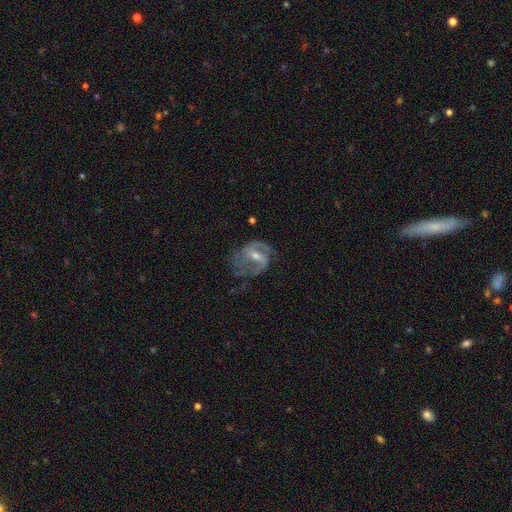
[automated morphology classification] Smooth or featured? Predicted: featured or disk (p=0.83). Edge-on disk? Predicted: no (p=0.97). Bar? Predicted: weak (p=0.47). Spiral arms? Predicted: yes (p=0.91). Spiral winding? Predicted: medium (p=0.49). Spiral arm count? Predicted: 2 (p=0.71). Bulge size? Predicted: moderate (p=0.53). Merging? Predicted: none (p=0.52).